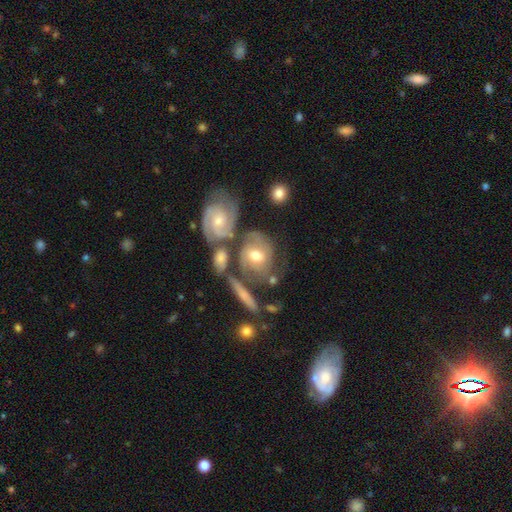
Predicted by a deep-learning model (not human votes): smooth_or_featured: featured or disk (p=0.69) [alt: smooth p=0.23]
disk_edge_on: no (p=0.93) [alt: yes p=0.07]
bar: no (p=0.52) [alt: weak p=0.37]
has_spiral_arms: yes (p=0.91) [alt: no p=0.09]
spiral_winding: tight (p=0.51) [alt: medium p=0.39]
spiral_arm_count: 2 (p=0.42) [alt: 3 p=0.25]
bulge_size: moderate (p=0.64) [alt: small p=0.27]
merging: none (p=0.40) [alt: merger p=0.31]